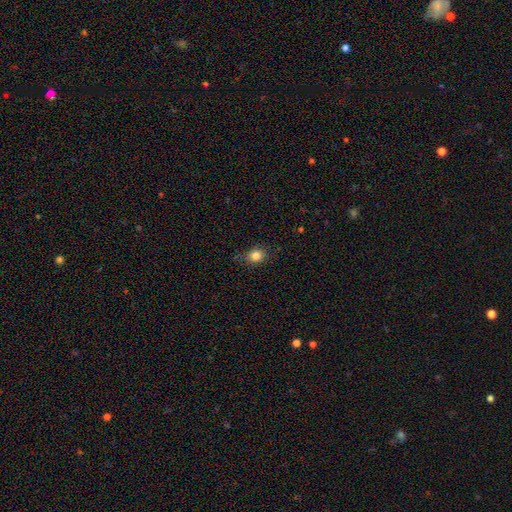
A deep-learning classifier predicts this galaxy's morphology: Overall: smooth (83%). How rounded: round (67%; in between 32%). Merging: none (79%).